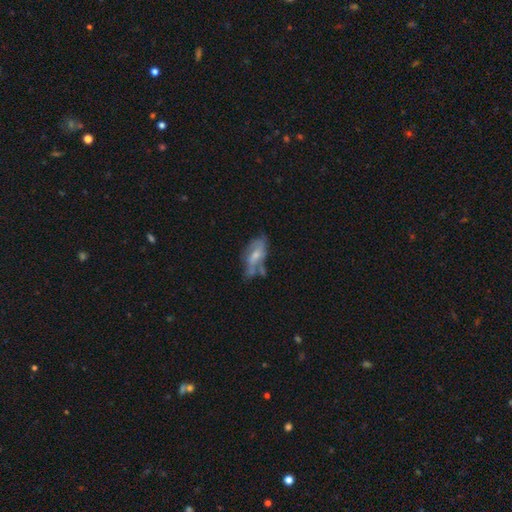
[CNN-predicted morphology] This appears to be a featured or disk galaxy (52%). Merging: none (35%).